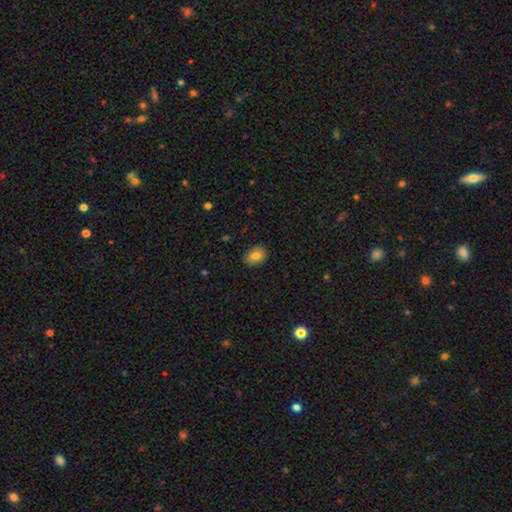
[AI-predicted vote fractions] smooth_or_featured: smooth (p=0.80) [alt: featured or disk p=0.11]
how_rounded: in between (p=0.70) [alt: round p=0.29]
merging: none (p=0.88) [alt: minor disturbance p=0.09]